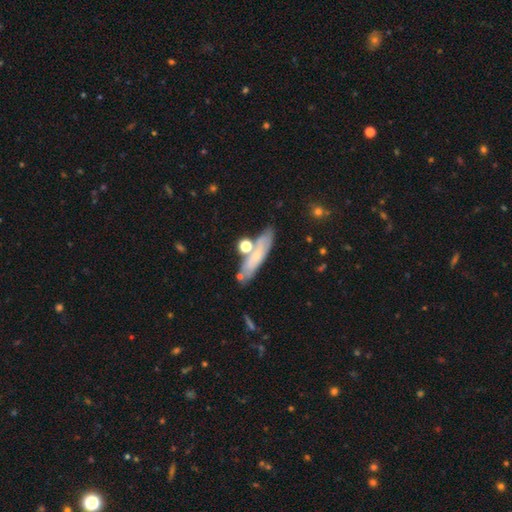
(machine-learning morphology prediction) smooth-or-featured: smooth: 59% | featured or disk: 32% | star or artifact: 9%
  how-rounded: cigar-shaped: 72% | in between: 24% | round: 4%
  merging: none: 72% | minor disturbance: 14% | merger: 10% | major disturbance: 4%